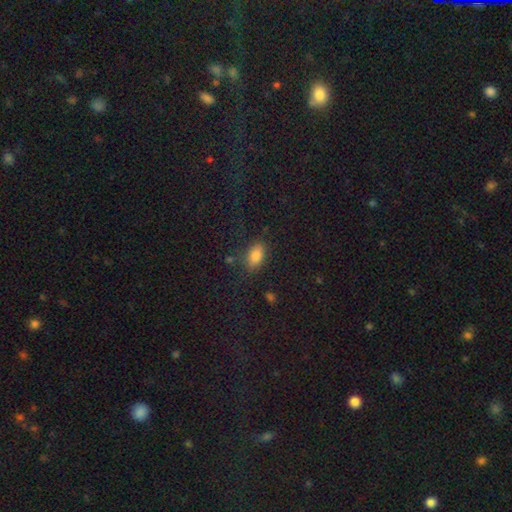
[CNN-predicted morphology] This appears to be a smooth galaxy with no disk features (82%) that is in between round and cigar-shaped (88%). Merging: none (78%).